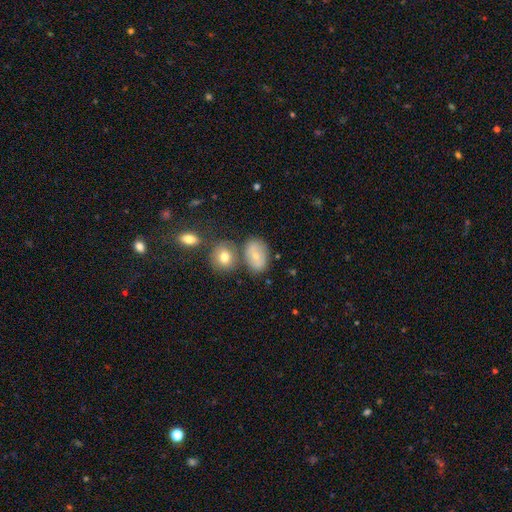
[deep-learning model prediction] Smooth or featured? Predicted: smooth (p=0.65). How rounded? Predicted: in between (p=0.72). Merging? Predicted: none (p=0.60).